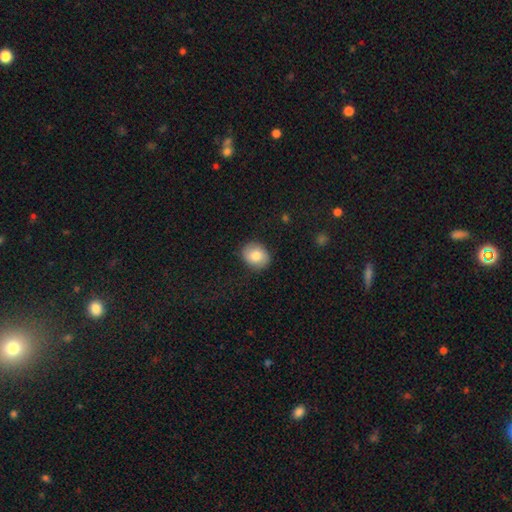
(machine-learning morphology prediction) smooth 77%, featured or disk 15%, star or artifact 8%. Down the decision tree: how rounded — round (58%); merging — none (84%).